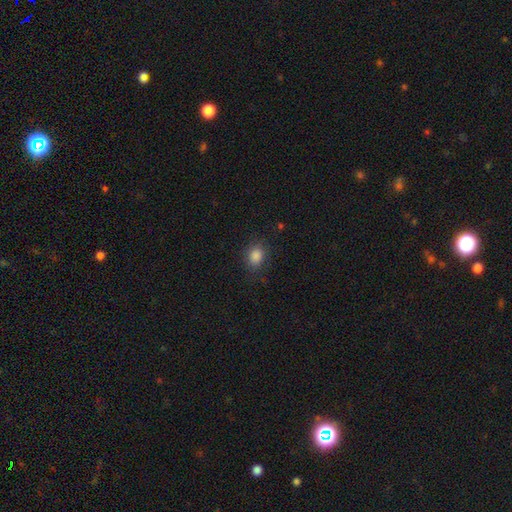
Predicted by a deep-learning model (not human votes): A smooth galaxy with no disk features (85%) that is in between round and cigar-shaped (52%). Merging: none (81%).